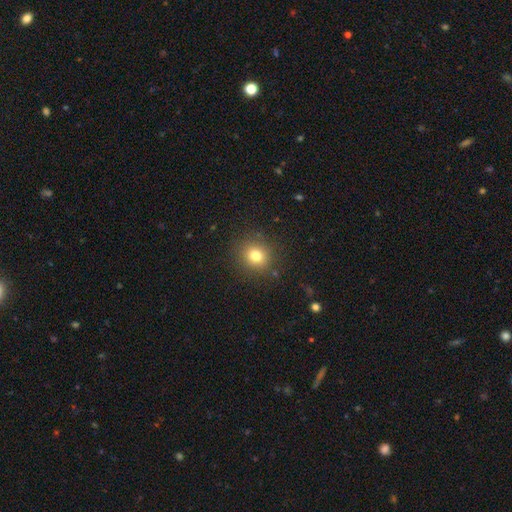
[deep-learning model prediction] Smooth or featured? smooth (78%)
How rounded? round (85%)
Merging? none (88%)